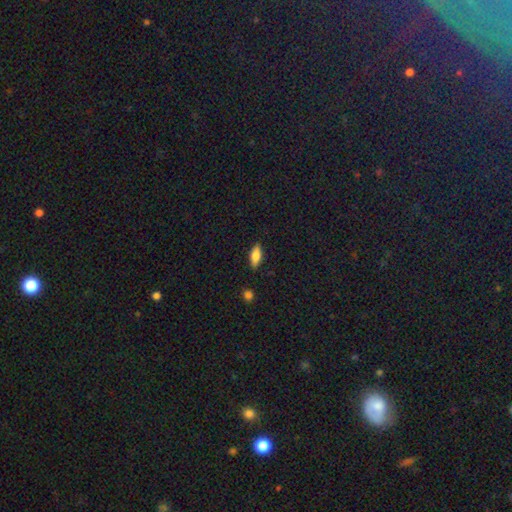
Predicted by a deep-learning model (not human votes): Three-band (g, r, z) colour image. It shows a smooth galaxy with no disk features (76%) that is in between round and cigar-shaped (76%). Merging: none (86%).